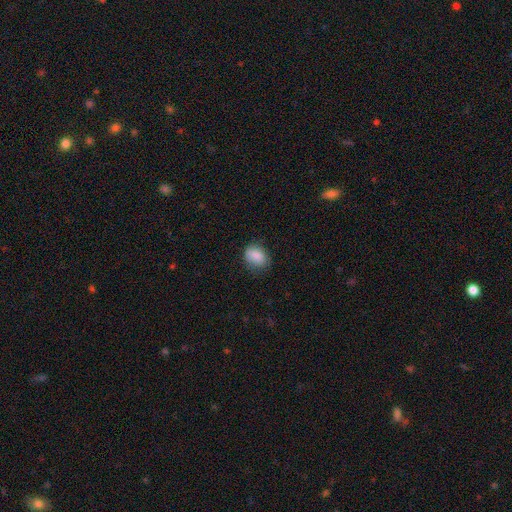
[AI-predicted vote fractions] This appears to be a smooth galaxy with no disk features (85%) that is in between round and cigar-shaped (69%). Merging: none (73%).